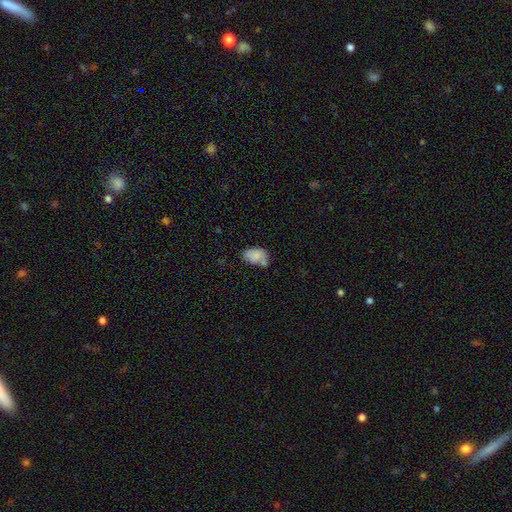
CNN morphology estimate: smooth-or-featured: smooth: 81% | featured or disk: 10% | star or artifact: 8%
  how-rounded: in between: 87% | round: 12% | cigar-shaped: 1%
  merging: none: 44% | minor disturbance: 24% | merger: 24% | major disturbance: 8%